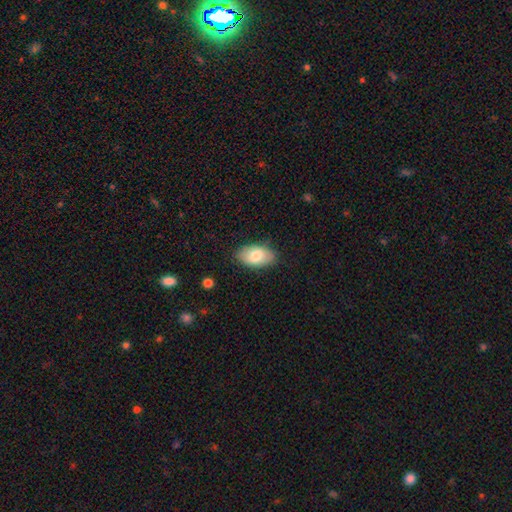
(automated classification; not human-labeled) A smooth galaxy with no disk features (79%) that is in between round and cigar-shaped (94%). Merging: none (84%).